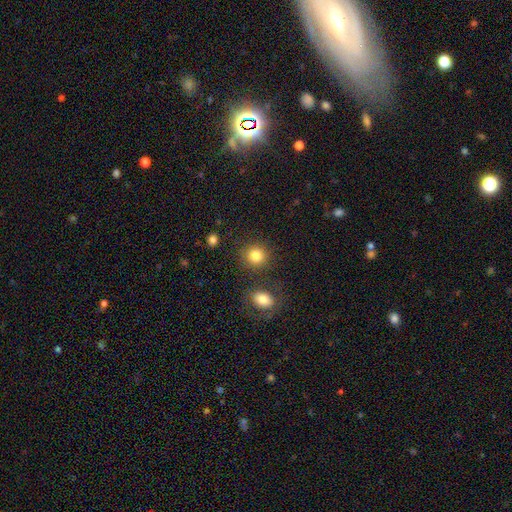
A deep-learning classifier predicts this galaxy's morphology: type=smooth (85%); roundness=round (86%); merging=none (83%).